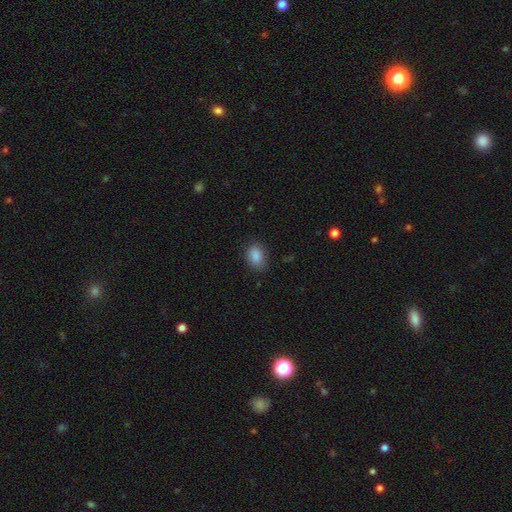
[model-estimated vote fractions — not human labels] Overall: smooth (87%). How rounded: in between (76%). Merging: none (76%).